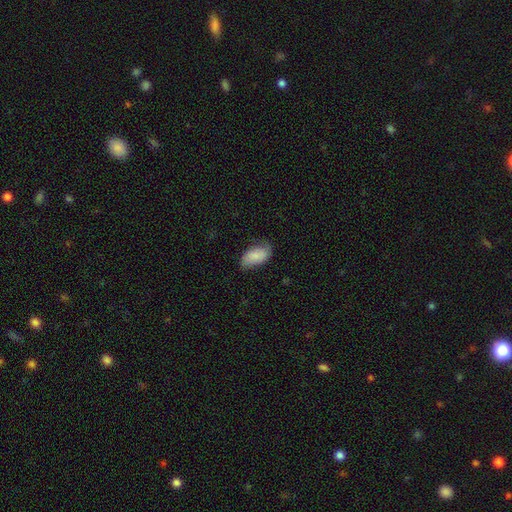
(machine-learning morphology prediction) Overall: smooth (79%). How rounded: in between (95%). Merging: none (62%; minor disturbance 29%).